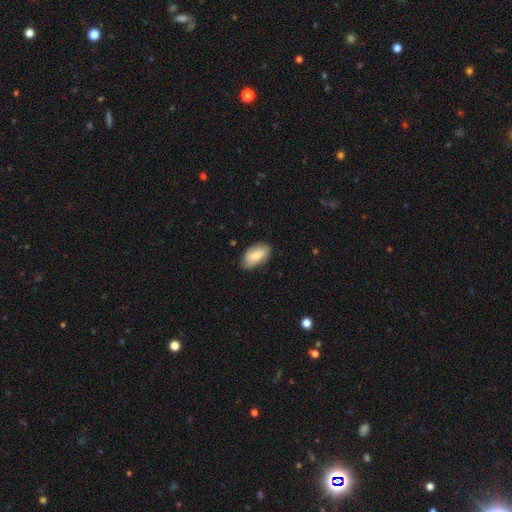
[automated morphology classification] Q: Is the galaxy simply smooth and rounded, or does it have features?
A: smooth — 82%.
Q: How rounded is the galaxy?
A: in between — 94%.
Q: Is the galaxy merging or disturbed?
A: none — 76%.